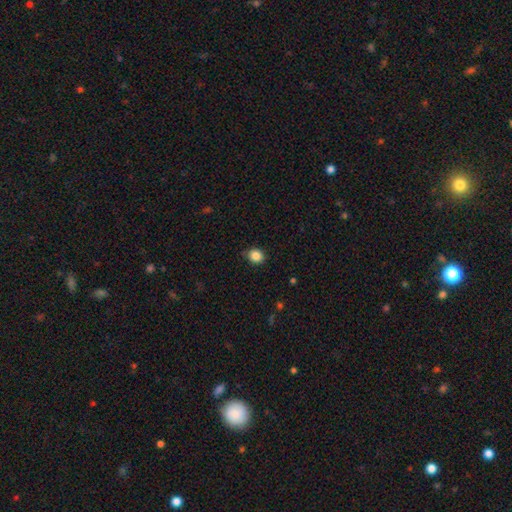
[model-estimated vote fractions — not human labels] Morphology: type=smooth (86%); roundness=round (72%); merging=none (81%).